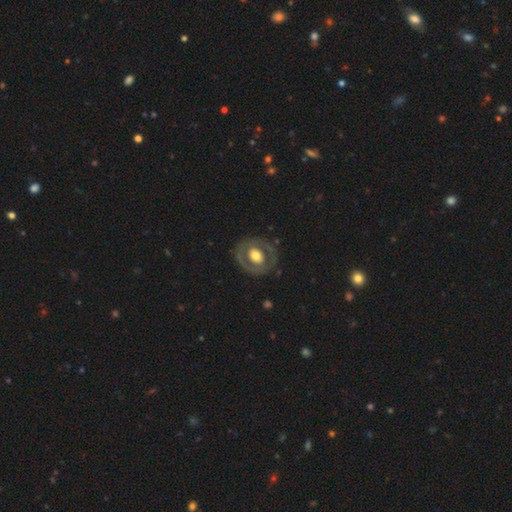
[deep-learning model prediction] Smooth or featured?
  - featured or disk: 57% *
  - smooth: 38%
  - star or artifact: 5%
Edge-on disk?
  - no: 95% *
  - yes: 5%
Bar?
  - no: 77% *
  - weak: 16%
  - strong: 7%
Spiral arms?
  - no: 81% *
  - yes: 19%
Bulge size?
  - moderate: 55% *
  - large: 35%
  - small: 7%
  - dominant: 2%
  - none: 1%
Merging?
  - none: 79% *
  - minor disturbance: 13%
  - major disturbance: 6%
  - merger: 1%